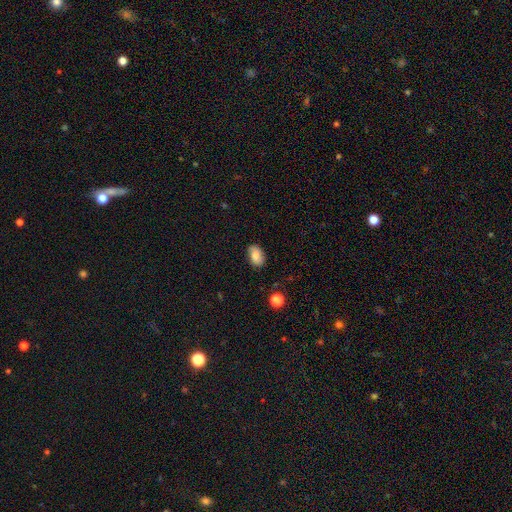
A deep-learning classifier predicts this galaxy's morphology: Smooth or featured: smooth — 79% (featured or disk — 12%)
How rounded: in between — 87% (round — 11%)
Merging: none — 77% (minor disturbance — 18%)